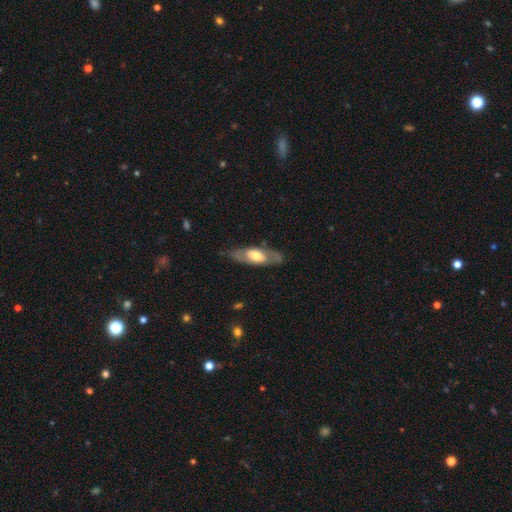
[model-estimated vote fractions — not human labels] featured or disk 54%, smooth 41%, star or artifact 6%. Down the decision tree: edge-on disk — no (64%); merging — none (75%).